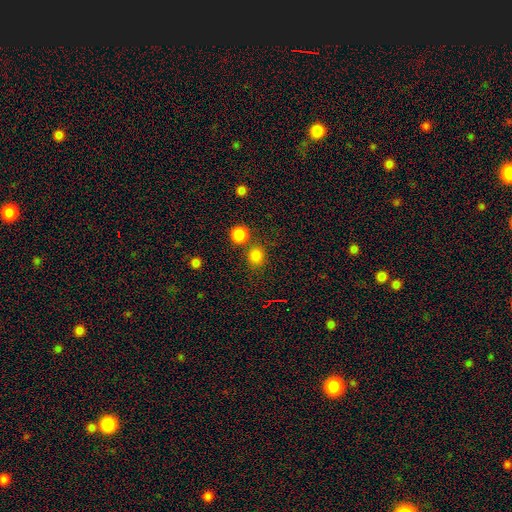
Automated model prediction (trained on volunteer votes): Overall: smooth (80%). How rounded: round (79%). Merging: none (73%).